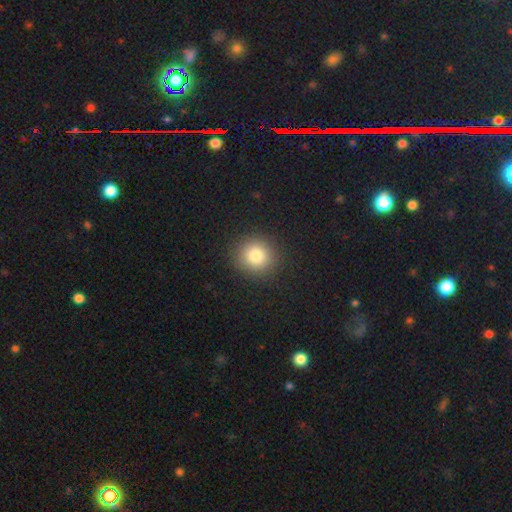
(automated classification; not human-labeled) Overall: smooth (82%). How rounded: round (90%). Merging: none (91%).